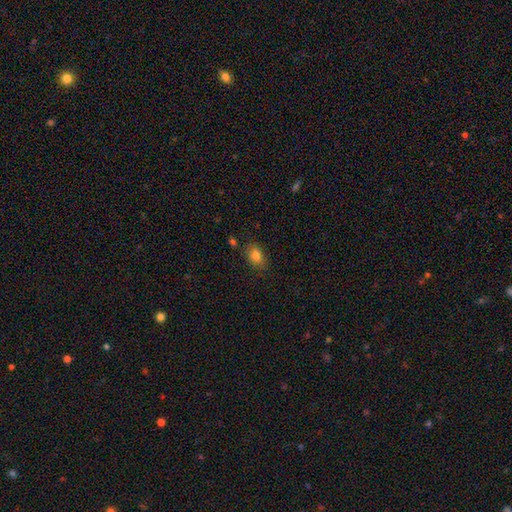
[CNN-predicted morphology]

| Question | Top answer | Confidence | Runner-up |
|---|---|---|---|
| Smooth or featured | smooth | 81% | star or artifact (10%) |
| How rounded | in between | 78% | round (20%) |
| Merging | none | 78% | minor disturbance (15%) |